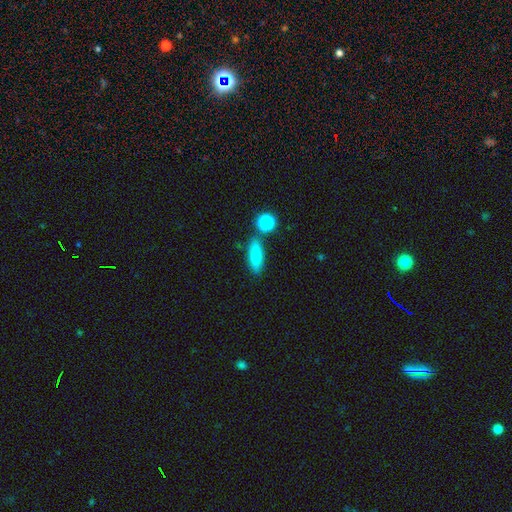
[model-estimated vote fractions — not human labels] smooth 78%, featured or disk 13%, star or artifact 8%. Down the decision tree: how rounded — in between (61%); merging — none (75%).